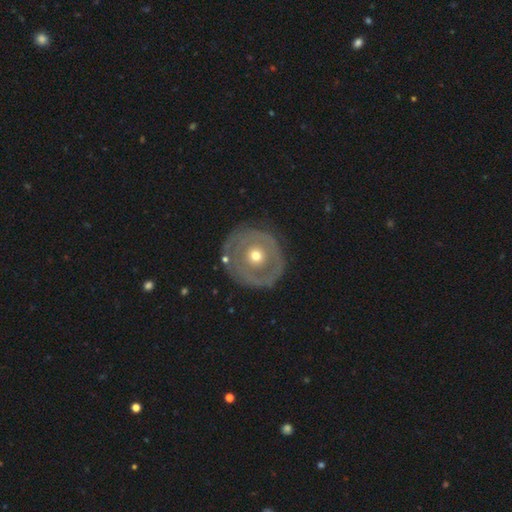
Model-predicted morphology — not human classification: smooth_or_featured: featured or disk (p=0.60) [alt: smooth p=0.34]
disk_edge_on: no (p=0.96) [alt: yes p=0.04]
bar: no (p=0.91) [alt: weak p=0.07]
has_spiral_arms: no (p=0.75) [alt: yes p=0.25]
bulge_size: moderate (p=0.62) [alt: small p=0.31]
merging: none (p=0.75) [alt: minor disturbance p=0.15]